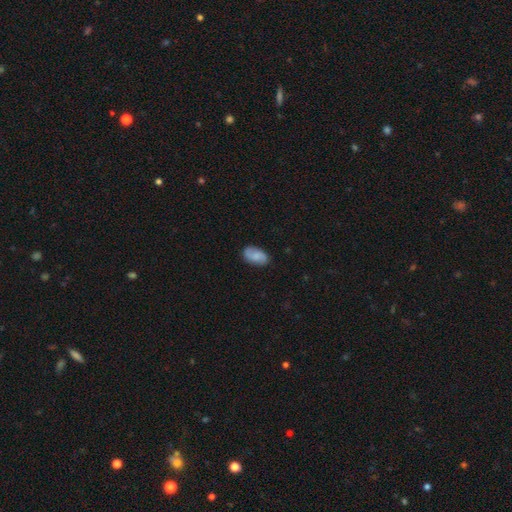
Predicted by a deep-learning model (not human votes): A smooth galaxy with no disk features (63%) that is in between round and cigar-shaped (93%). Merging: none (81%).